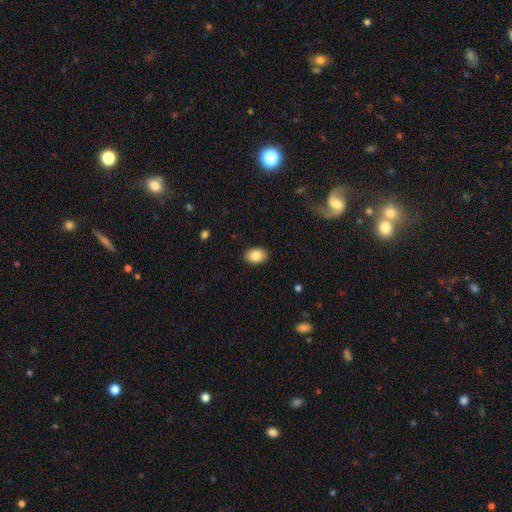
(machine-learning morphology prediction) Smooth or featured? Predicted: smooth (p=0.85). How rounded? Predicted: in between (p=0.81). Merging? Predicted: none (p=0.90).